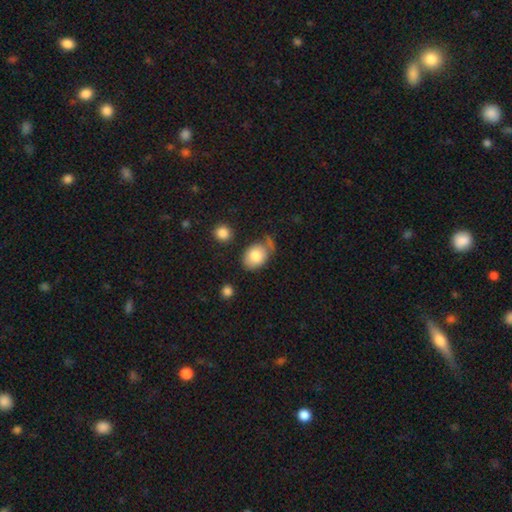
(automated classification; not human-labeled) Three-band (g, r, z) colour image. It shows a smooth galaxy with no disk features (80%) that is in between round and cigar-shaped (70%). Merging: none (55%).